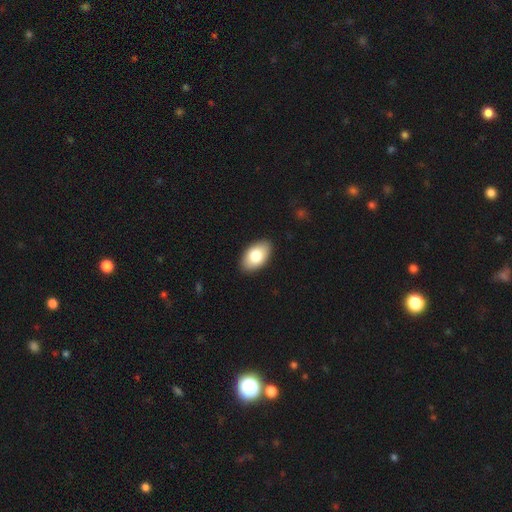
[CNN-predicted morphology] Smooth or featured? smooth (81%)
How rounded? in between (94%)
Merging? none (89%)